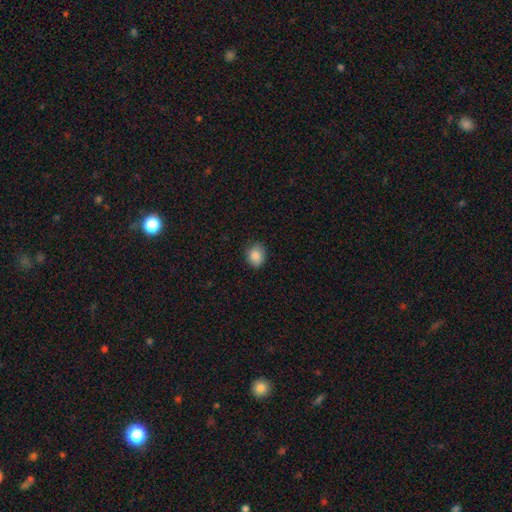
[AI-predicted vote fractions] This is clearly a smooth galaxy (87%). How rounded: possibly round (50%). Merging: clearly none (81%).